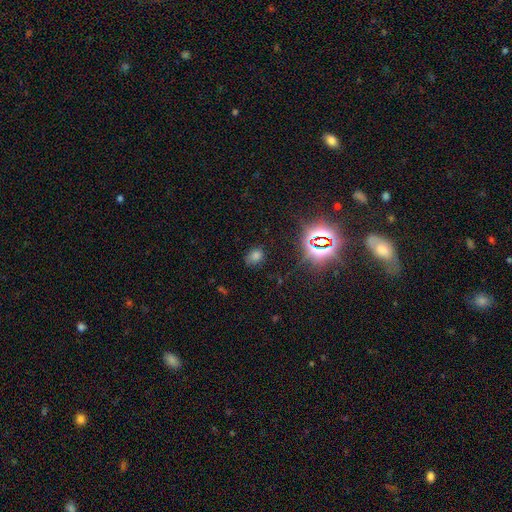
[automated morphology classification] smooth 57%, star or artifact 36%, featured or disk 7%. Down the decision tree: how rounded — in between (61%); merging — none (81%).